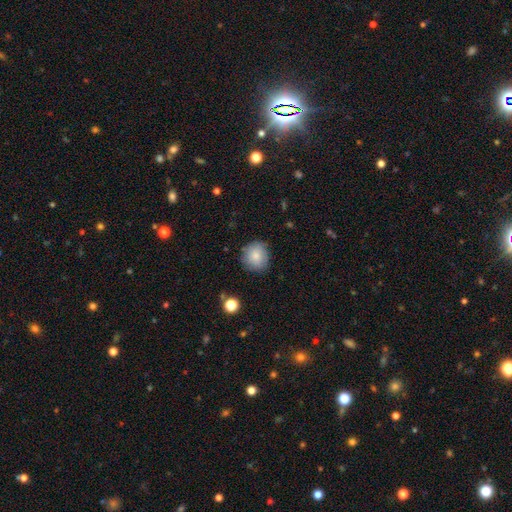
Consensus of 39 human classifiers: Smooth or featured? smooth (95%)
How rounded? round (84%)
Merging? none (76%)